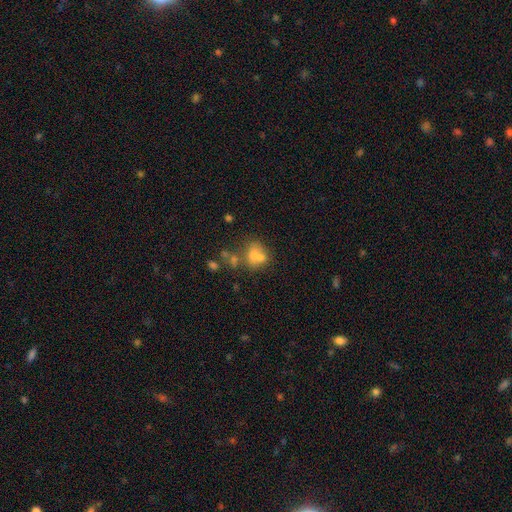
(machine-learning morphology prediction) The model was most divided on "how rounded": in between: 50%, round: 48%, cigar-shaped: 1%. Remaining: smooth or featured — smooth (62%); merging — merger (47%).